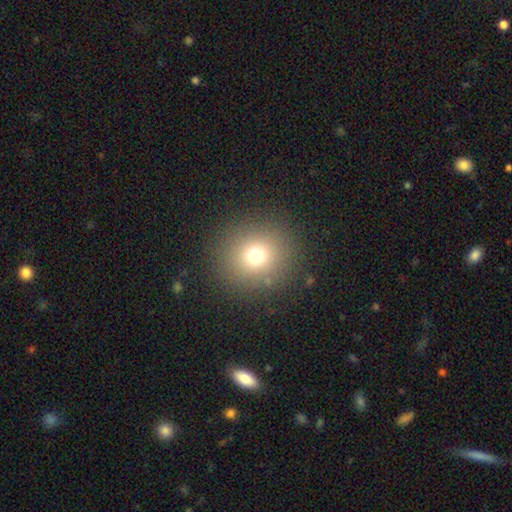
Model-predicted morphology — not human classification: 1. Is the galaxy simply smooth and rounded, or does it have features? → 71% smooth, 19% star or artifact, 10% featured or disk.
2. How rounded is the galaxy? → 88% round, 11% in between, 1% cigar-shaped.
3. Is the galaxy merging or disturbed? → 87% none, 7% minor disturbance, 4% major disturbance, 1% merger.